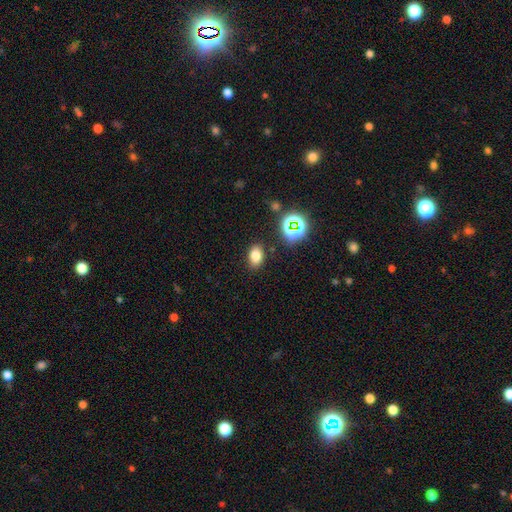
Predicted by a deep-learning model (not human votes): This appears to be a smooth galaxy with no disk features (75%) that is in between round and cigar-shaped (79%). Merging: none (85%).